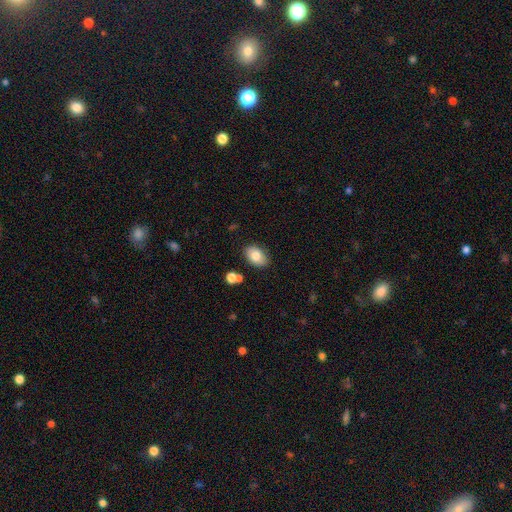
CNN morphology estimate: A smooth galaxy with no disk features (80%) that is in between round and cigar-shaped (87%). Merging: none (83%).